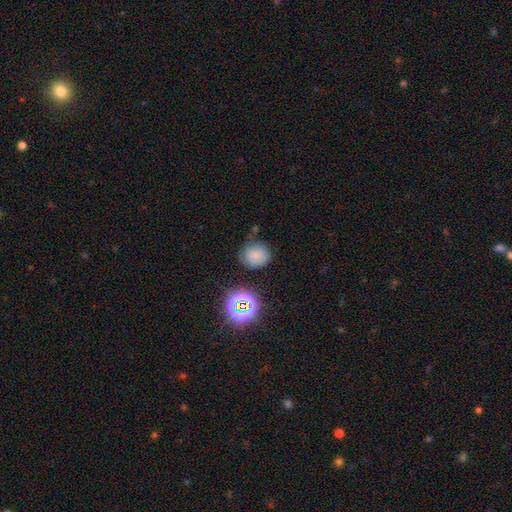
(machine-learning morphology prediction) type=smooth (74%); roundness=round (83%); merging=none (75%).